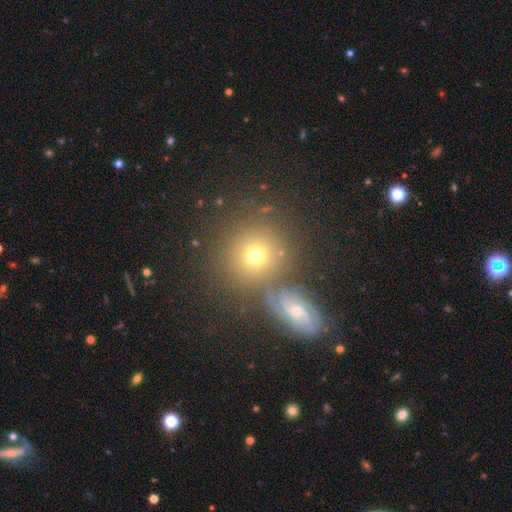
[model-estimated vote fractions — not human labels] This is likely a smooth galaxy (66%). How rounded: clearly round (83%). Merging: likely none (63%).